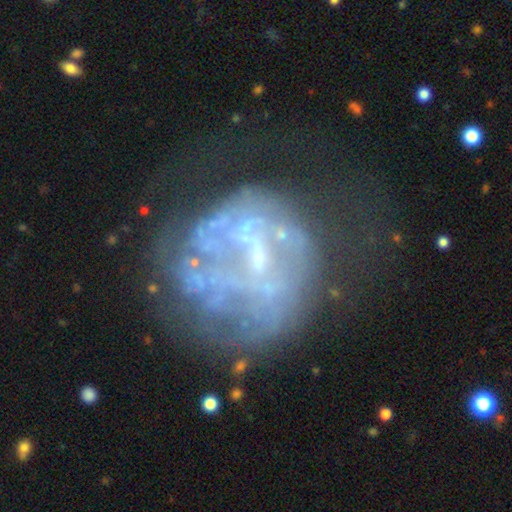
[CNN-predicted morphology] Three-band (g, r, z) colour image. It shows a featured or disk galaxy (69%) with no bar (66%), no spiral arms (74%) and no central bulge (47%). Merging: none (44%).